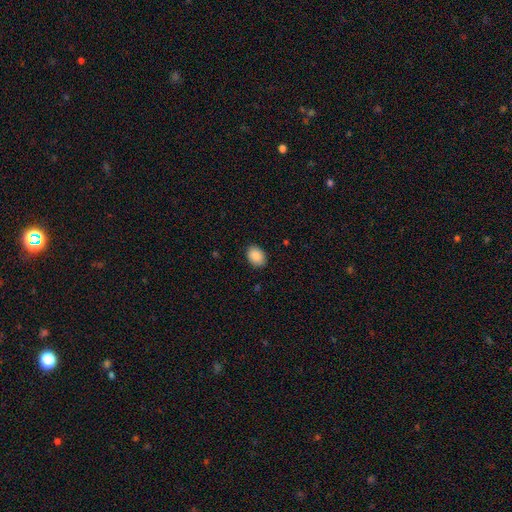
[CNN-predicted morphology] Smooth or featured?
  - smooth: 89% *
  - star or artifact: 7%
  - featured or disk: 3%
How rounded?
  - in between: 70% *
  - round: 29%
  - cigar-shaped: 1%
Merging?
  - none: 88% *
  - minor disturbance: 9%
  - major disturbance: 2%
  - merger: 1%